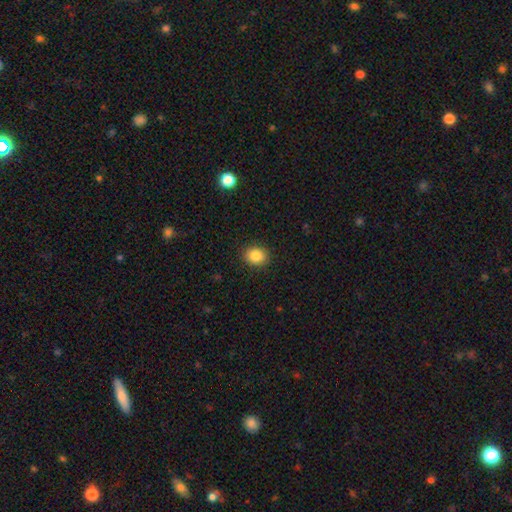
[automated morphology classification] Q: Smooth or featured?
A: smooth (85%); runner-up: star or artifact (10%)
Q: How rounded?
A: round (64%); runner-up: in between (35%)
Q: Merging?
A: none (90%); runner-up: minor disturbance (7%)